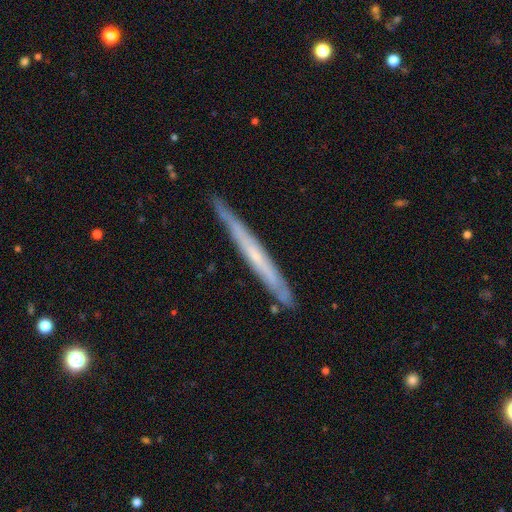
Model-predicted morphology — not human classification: The model was most divided on "smooth or featured": featured or disk: 60%, smooth: 34%, star or artifact: 6%. More confident: edge-on disk — yes (93%); merging — none (84%); edge-on bulge — none (78%).